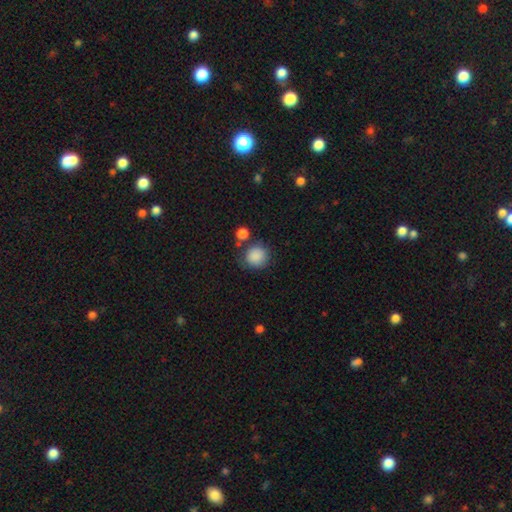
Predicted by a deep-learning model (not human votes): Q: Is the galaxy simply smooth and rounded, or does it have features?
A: smooth — 87%.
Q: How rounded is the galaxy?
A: round — 90%.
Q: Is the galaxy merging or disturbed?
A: none — 72%.